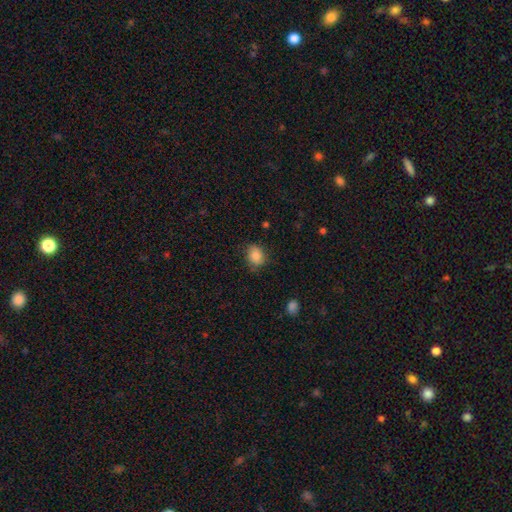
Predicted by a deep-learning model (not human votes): This appears to be a smooth galaxy with no disk features (83%) that is round (51%). Merging: none (76%).